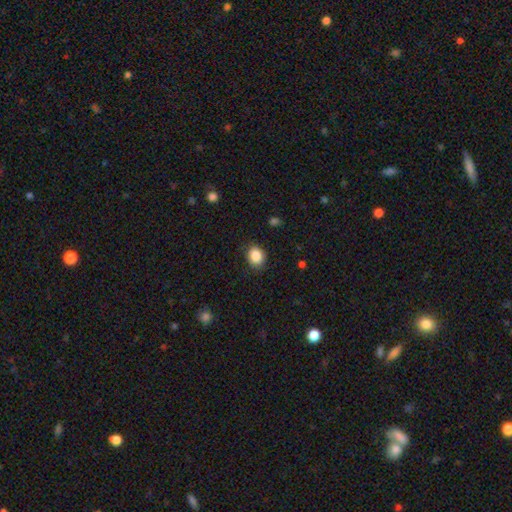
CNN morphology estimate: A smooth galaxy with no disk features (87%) that is round (57%).

Vote fractions:
- Smooth or featured? smooth: 87% / star or artifact: 9% / featured or disk: 4%
- How rounded? round: 57% / in between: 42% / cigar-shaped: 1%
- Merging? none: 86% / minor disturbance: 11% / major disturbance: 3% / merger: 1%